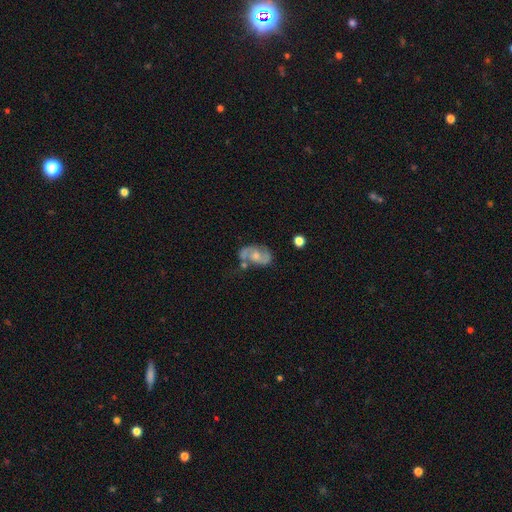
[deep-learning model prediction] Smooth or featured: featured or disk — 68% (smooth — 24%)
Edge-on disk: no — 96% (yes — 4%)
Bar: no — 60% (weak — 33%)
Spiral arms: yes — 82% (no — 18%)
Spiral winding: medium — 48% (loose — 33%)
Spiral arm count: 2 — 84% (can't tell — 9%)
Bulge size: moderate — 59% (small — 29%)
Merging: none — 50% (minor disturbance — 22%)